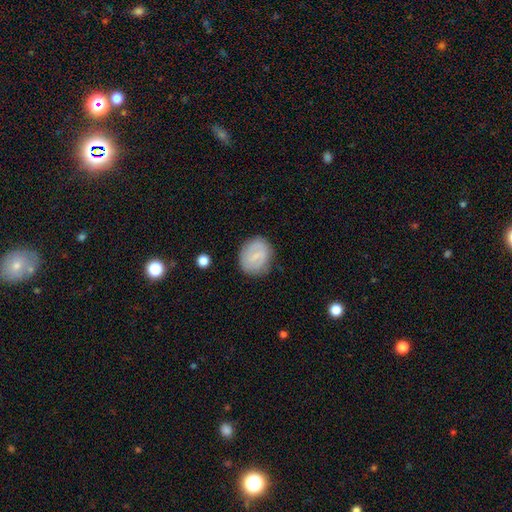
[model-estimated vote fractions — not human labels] The model was most divided on "smooth or featured": featured or disk: 53%, smooth: 40%, star or artifact: 7%. More confident: edge-on disk — no (97%); merging — none (81%); spiral arms — yes (74%); bulge size — small (59%); bar — weak (55%).